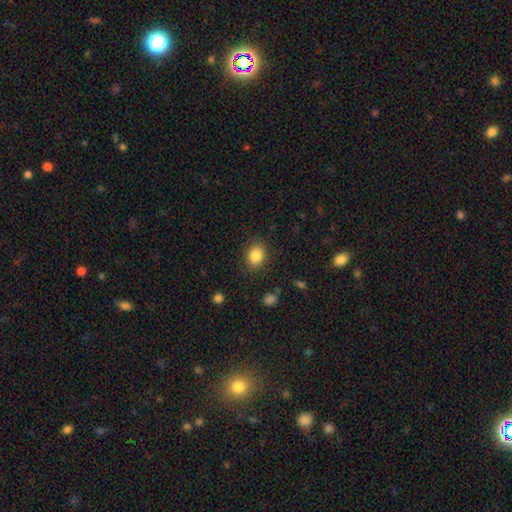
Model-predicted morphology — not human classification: A smooth galaxy with no disk features (86%) that is round (54%).

Vote fractions:
- Smooth or featured? smooth: 86% / star or artifact: 9% / featured or disk: 5%
- How rounded? round: 54% / in between: 45% / cigar-shaped: 1%
- Merging? none: 85% / minor disturbance: 10% / major disturbance: 4% / merger: 1%